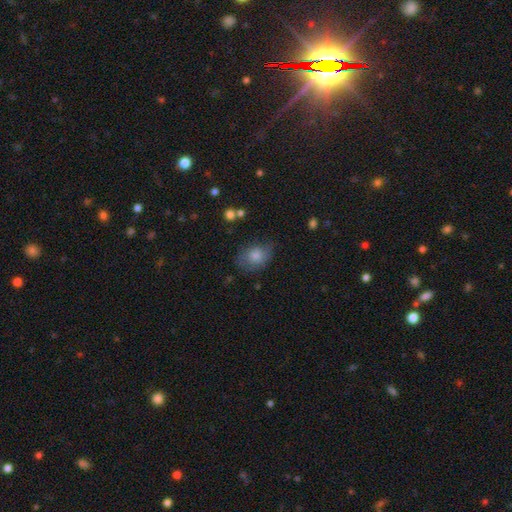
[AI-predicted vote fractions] smooth 78%, featured or disk 14%, star or artifact 8%. Down the decision tree: how rounded — in between (63%); merging — none (61%).